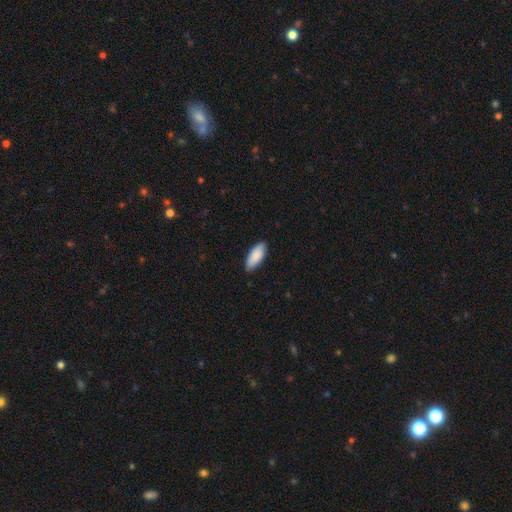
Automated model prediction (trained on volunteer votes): A smooth galaxy with no disk features (88%) that is in between round and cigar-shaped (86%). Merging: none (85%).